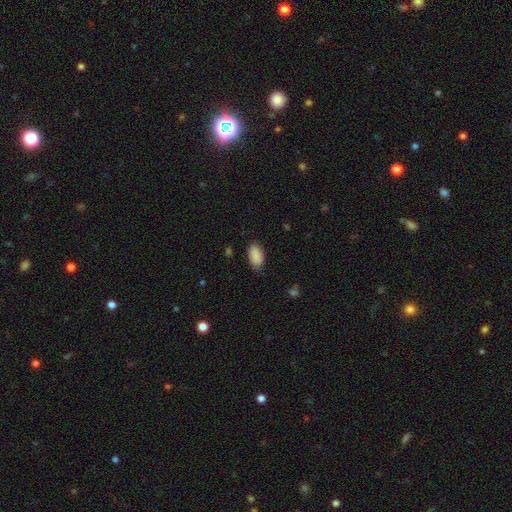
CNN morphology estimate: A smooth galaxy with no disk features (89%) that is in between round and cigar-shaped (94%).

Vote fractions:
- Smooth or featured? smooth: 89% / star or artifact: 7% / featured or disk: 4%
- How rounded? in between: 94% / round: 4% / cigar-shaped: 3%
- Merging? none: 75% / minor disturbance: 20% / major disturbance: 4% / merger: 1%